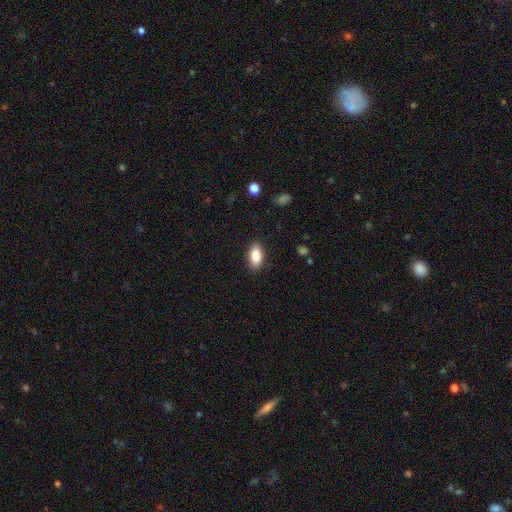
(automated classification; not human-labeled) This is clearly a smooth galaxy (85%). How rounded: clearly in between (89%). Merging: clearly none (87%).